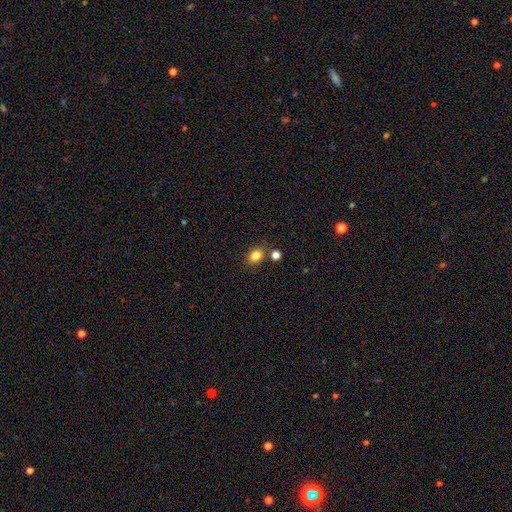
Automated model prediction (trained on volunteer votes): Overall: smooth (83%). How rounded: in between (60%; round 39%). Merging: none (75%).